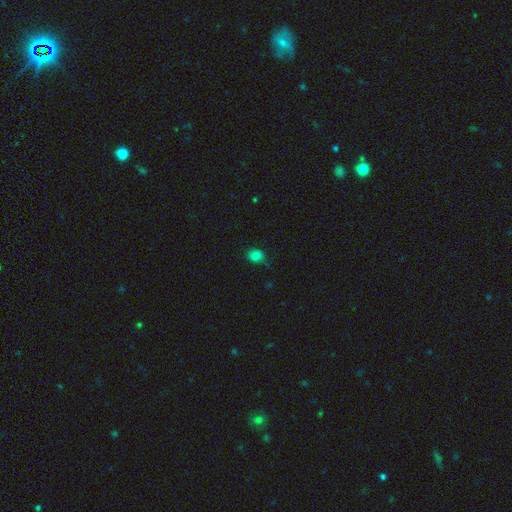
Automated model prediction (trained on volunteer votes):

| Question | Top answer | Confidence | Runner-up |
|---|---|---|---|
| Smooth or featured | smooth | 81% | star or artifact (13%) |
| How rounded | round | 54% | in between (45%) |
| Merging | none | 73% | minor disturbance (21%) |